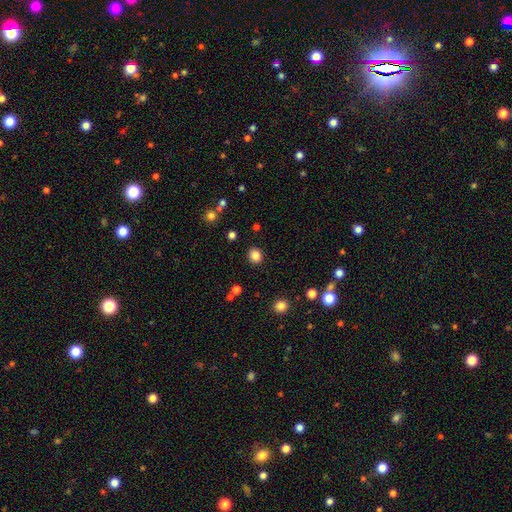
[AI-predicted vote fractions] smooth_or_featured: smooth (p=0.84) [alt: star or artifact p=0.12]
how_rounded: round (p=0.75) [alt: in between p=0.24]
merging: none (p=0.89) [alt: minor disturbance p=0.07]